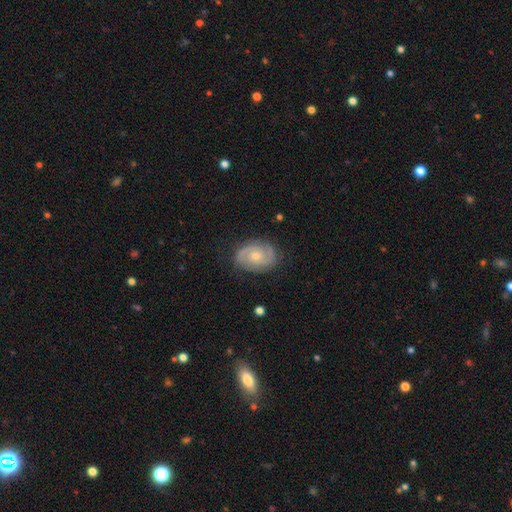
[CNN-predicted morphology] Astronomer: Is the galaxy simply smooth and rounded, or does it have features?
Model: featured or disk — 82%.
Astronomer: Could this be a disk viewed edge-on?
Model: no — 97%.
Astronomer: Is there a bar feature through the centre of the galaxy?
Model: no — 70%.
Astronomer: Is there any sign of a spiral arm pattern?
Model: yes — 95%.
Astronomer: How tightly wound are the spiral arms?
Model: tight — 51% (runner-up: medium, 39%).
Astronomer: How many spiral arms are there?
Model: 2 — 80%.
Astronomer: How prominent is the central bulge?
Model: small — 48%, tied with moderate at 48%.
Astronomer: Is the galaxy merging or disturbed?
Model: none — 82%.